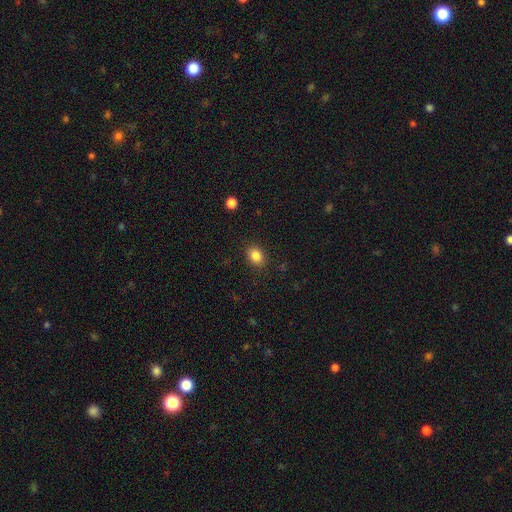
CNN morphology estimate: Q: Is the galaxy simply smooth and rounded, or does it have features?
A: smooth — 85%.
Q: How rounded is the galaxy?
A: in between — 55%.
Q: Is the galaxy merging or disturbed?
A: none — 87%.